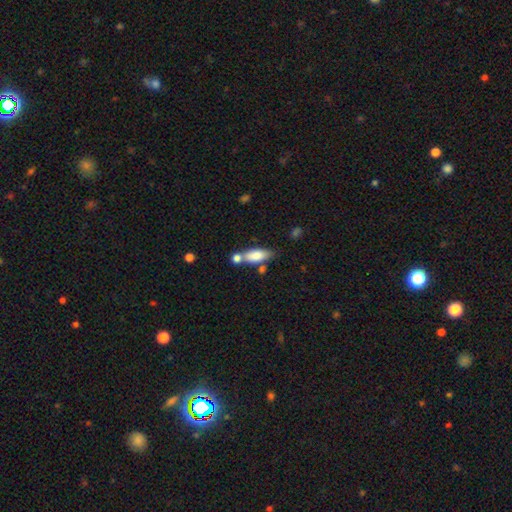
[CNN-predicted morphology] Smooth or featured?
  - smooth: 79% *
  - featured or disk: 14%
  - star or artifact: 7%
How rounded?
  - in between: 75% *
  - cigar-shaped: 22%
  - round: 3%
Merging?
  - none: 51% *
  - merger: 30%
  - minor disturbance: 14%
  - major disturbance: 5%